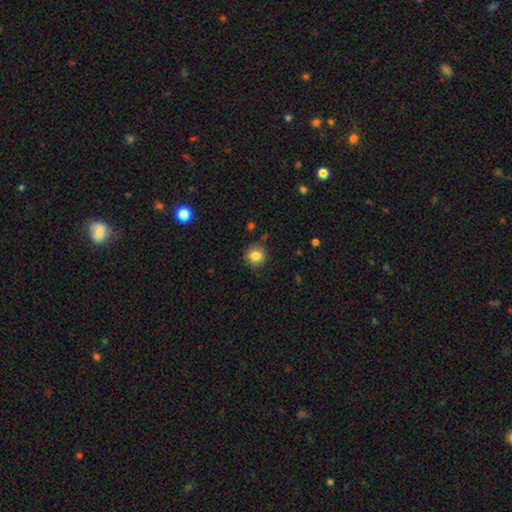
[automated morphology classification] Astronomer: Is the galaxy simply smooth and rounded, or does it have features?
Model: smooth — 83%.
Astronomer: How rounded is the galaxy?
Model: round — 89%.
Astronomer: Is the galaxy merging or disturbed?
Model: none — 88%.